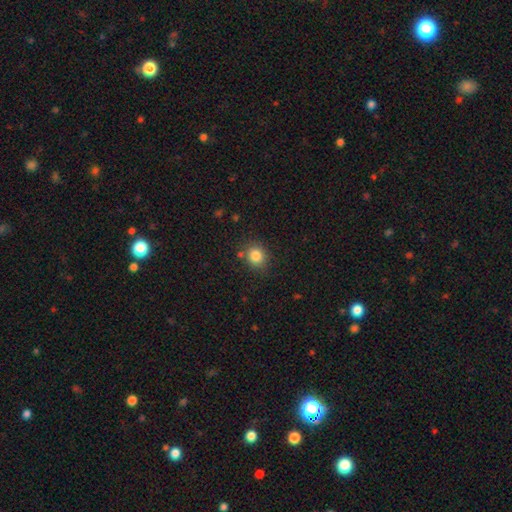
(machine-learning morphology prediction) A smooth galaxy with no disk features (83%) that is round (77%).

Vote fractions:
- Smooth or featured? smooth: 83% / star or artifact: 11% / featured or disk: 6%
- How rounded? round: 77% / in between: 22% / cigar-shaped: 1%
- Merging? none: 81% / minor disturbance: 11% / merger: 5% / major disturbance: 3%